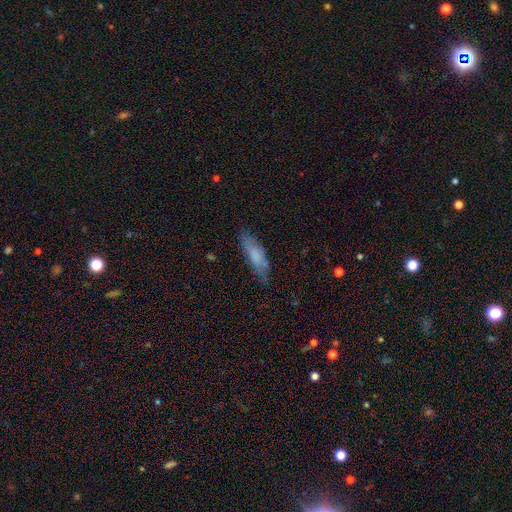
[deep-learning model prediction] This is likely a smooth galaxy (72%). How rounded: possibly cigar-shaped (52%). Merging: likely none (68%).